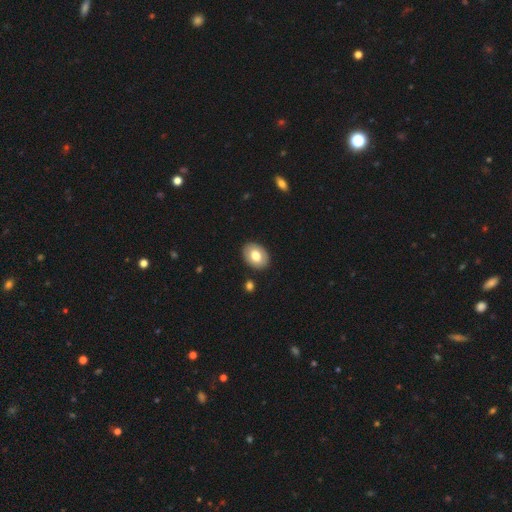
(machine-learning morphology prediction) smooth 75%, featured or disk 19%, star or artifact 6%. Down the decision tree: how rounded — in between (75%); merging — none (88%).